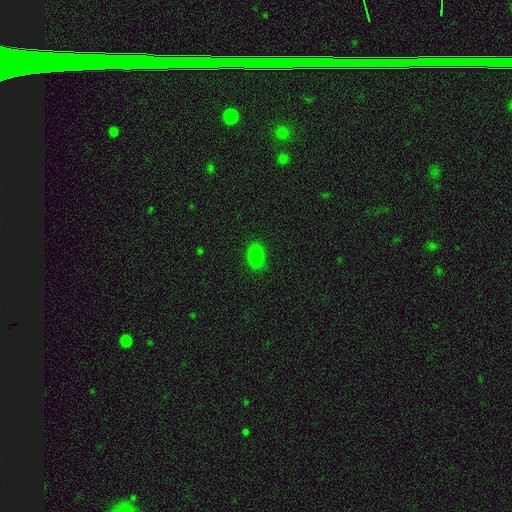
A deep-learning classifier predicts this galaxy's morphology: Q: Smooth or featured?
A: smooth (85%); runner-up: star or artifact (12%)
Q: How rounded?
A: in between (87%); runner-up: round (10%)
Q: Merging?
A: none (88%); runner-up: minor disturbance (9%)